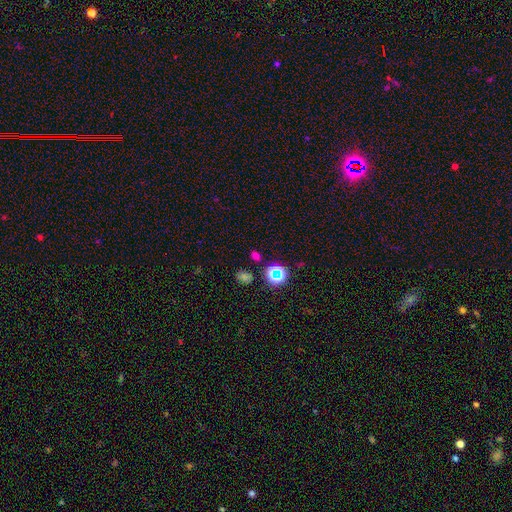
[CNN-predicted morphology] smooth-or-featured: smooth: 53% | star or artifact: 41% | featured or disk: 7%
  how-rounded: round: 55% | in between: 43% | cigar-shaped: 2%
  merging: none: 78% | minor disturbance: 11% | merger: 7% | major disturbance: 5%